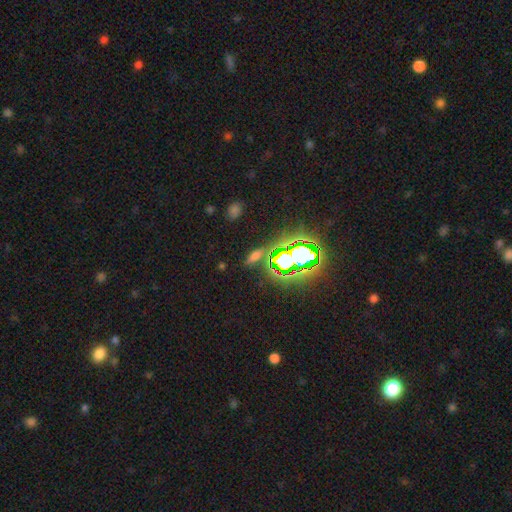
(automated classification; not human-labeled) smooth_or_featured: smooth (p=0.43) [alt: star or artifact p=0.42]
merging: none (p=0.78) [alt: minor disturbance p=0.12]